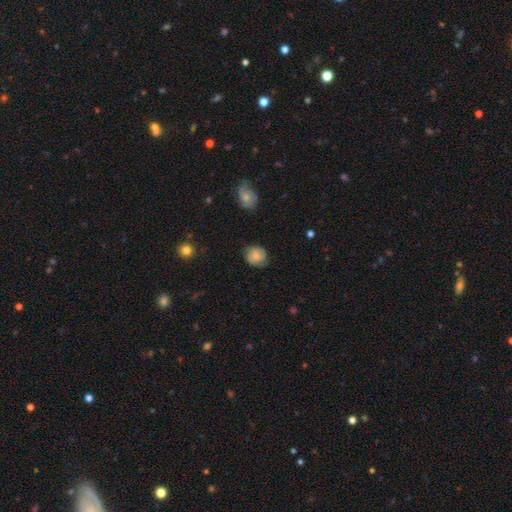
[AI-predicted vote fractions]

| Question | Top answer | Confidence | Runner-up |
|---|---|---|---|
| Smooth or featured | smooth | 65% | featured or disk (27%) |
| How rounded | round | 76% | in between (23%) |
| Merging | none | 75% | minor disturbance (19%) |